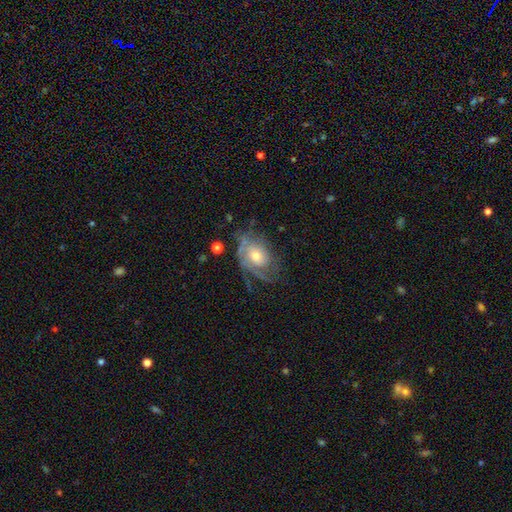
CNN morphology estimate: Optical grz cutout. It shows a featured or disk galaxy (74%) with no bar (75%), tight (49%) spiral arms (85%) and a moderate central bulge (61%). Merging: none (53%).